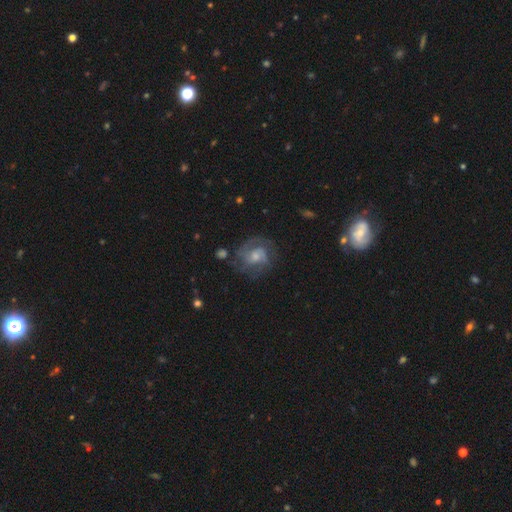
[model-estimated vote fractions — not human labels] smooth_or_featured: featured or disk (p=0.80) [alt: smooth p=0.11]
disk_edge_on: no (p=0.98) [alt: yes p=0.02]
bar: no (p=0.47) [alt: weak p=0.44]
has_spiral_arms: yes (p=0.95) [alt: no p=0.05]
spiral_winding: tight (p=0.47) [alt: medium p=0.43]
spiral_arm_count: 2 (p=0.52) [alt: can't tell p=0.19]
bulge_size: moderate (p=0.45) [alt: small p=0.43]
merging: none (p=0.74) [alt: minor disturbance p=0.15]